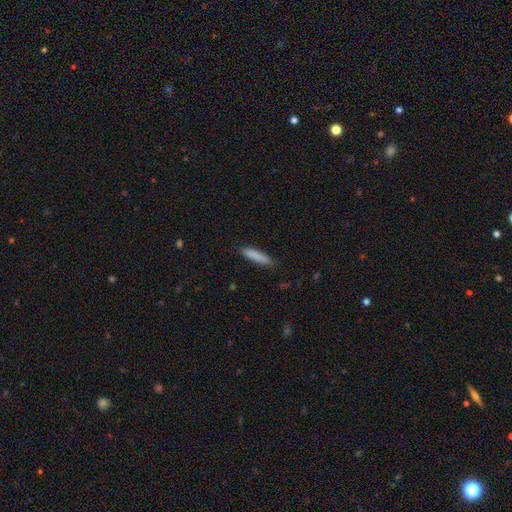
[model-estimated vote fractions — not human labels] This is clearly a smooth galaxy (86%). How rounded: clearly cigar-shaped (82%). Merging: clearly none (87%).